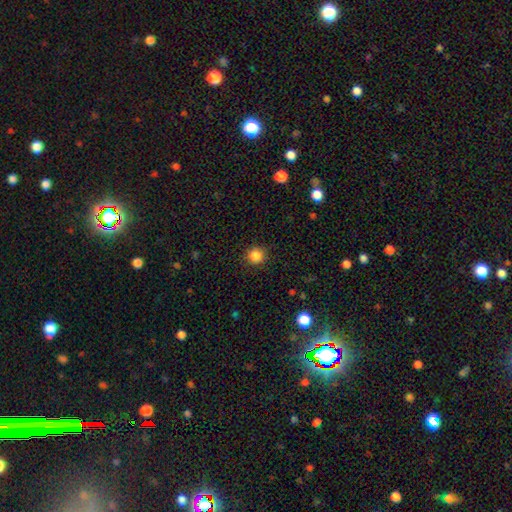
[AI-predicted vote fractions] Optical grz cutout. It shows a smooth galaxy with no disk features (85%) that is round (92%). Merging: none (88%).